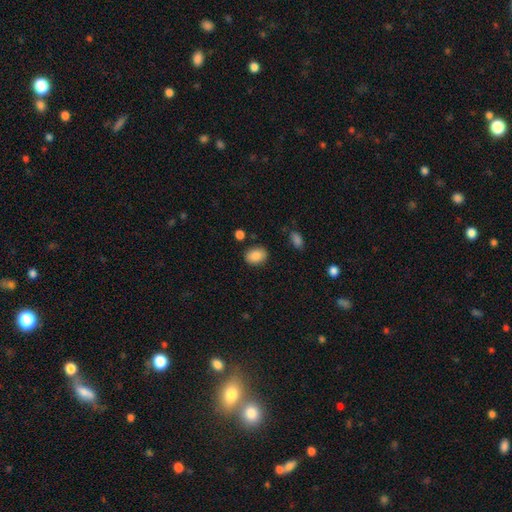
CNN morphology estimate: Smooth or featured? smooth (88%)
How rounded? in between (71%)
Merging? none (84%)